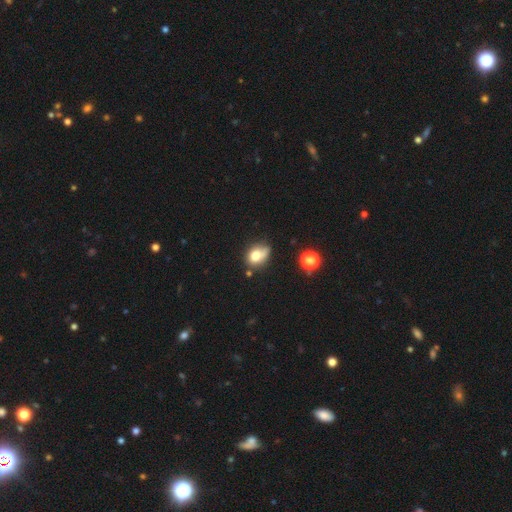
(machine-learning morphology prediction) Q: Smooth or featured?
A: smooth (73%); runner-up: featured or disk (15%)
Q: How rounded?
A: in between (57%); runner-up: round (42%)
Q: Merging?
A: none (40%); runner-up: minor disturbance (29%)